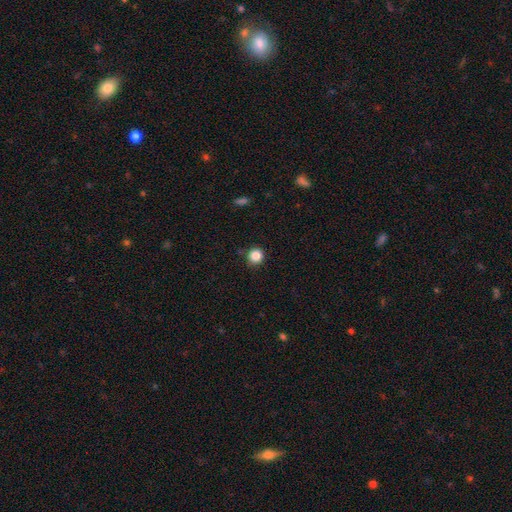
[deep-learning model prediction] This is clearly a smooth galaxy (86%). How rounded: clearly round (92%). Merging: clearly none (87%).